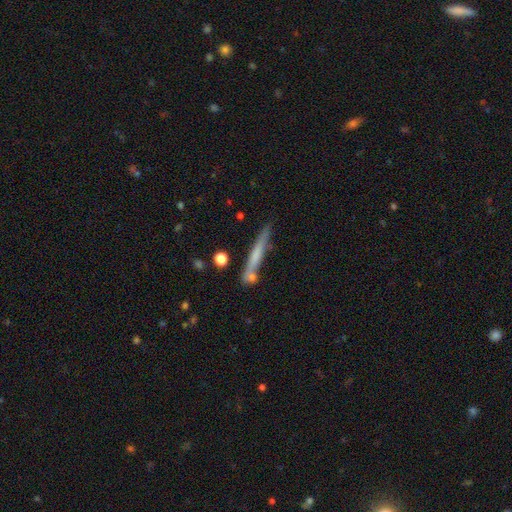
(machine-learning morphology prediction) This is possibly a smooth galaxy (53%). How rounded: clearly cigar-shaped (95%). Merging: likely none (70%).